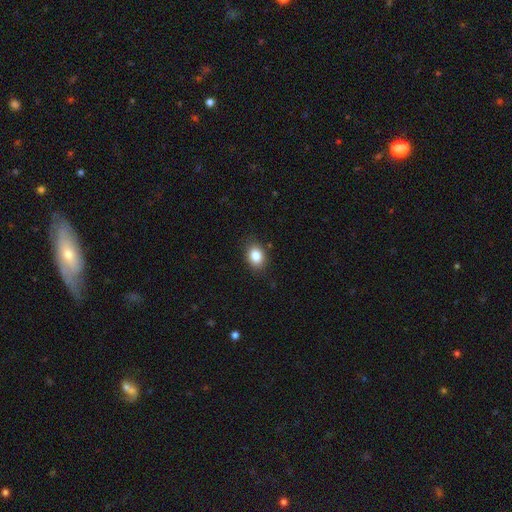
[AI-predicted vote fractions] This appears to be a smooth galaxy with no disk features (85%) that is in between round and cigar-shaped (66%). Merging: none (85%).